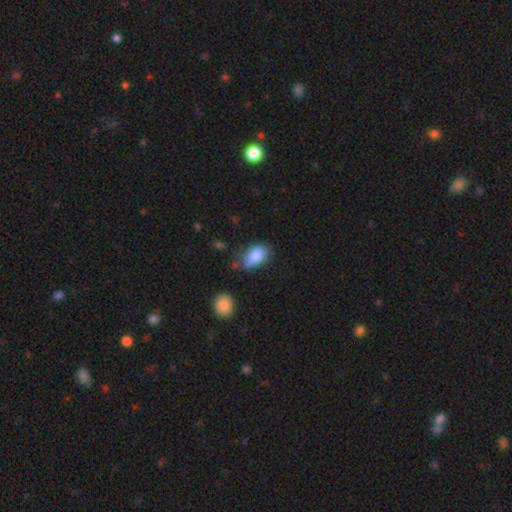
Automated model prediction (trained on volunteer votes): Smooth or featured? Predicted: smooth (p=0.83). How rounded? Predicted: in between (p=0.90). Merging? Predicted: none (p=0.48).